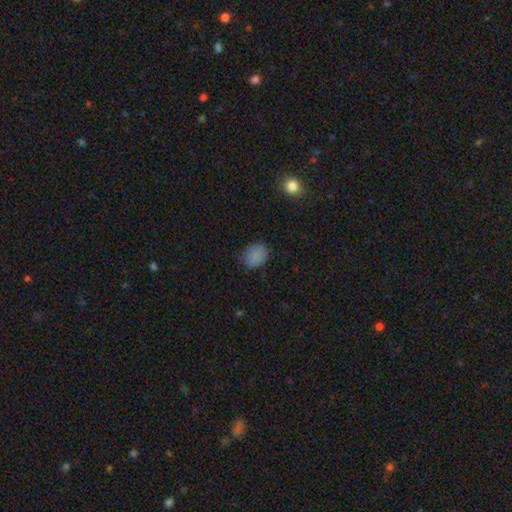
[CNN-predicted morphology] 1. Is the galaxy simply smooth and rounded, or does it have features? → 84% smooth, 11% star or artifact, 5% featured or disk.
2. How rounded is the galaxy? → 61% in between, 38% round, 1% cigar-shaped.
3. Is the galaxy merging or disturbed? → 74% none, 20% minor disturbance, 4% major disturbance, 1% merger.